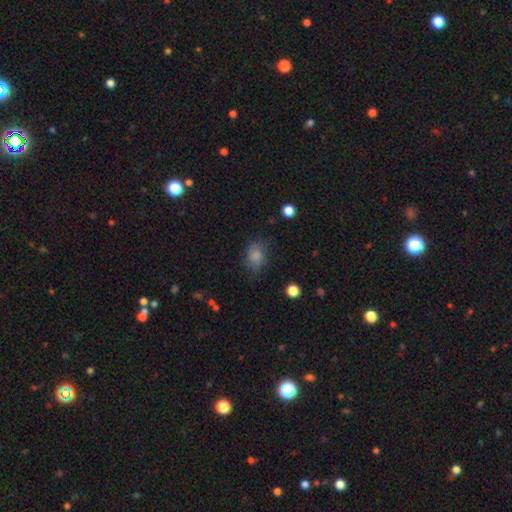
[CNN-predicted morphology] smooth 78%, featured or disk 11%, star or artifact 11%. Down the decision tree: how rounded — in between (64%); merging — none (66%).